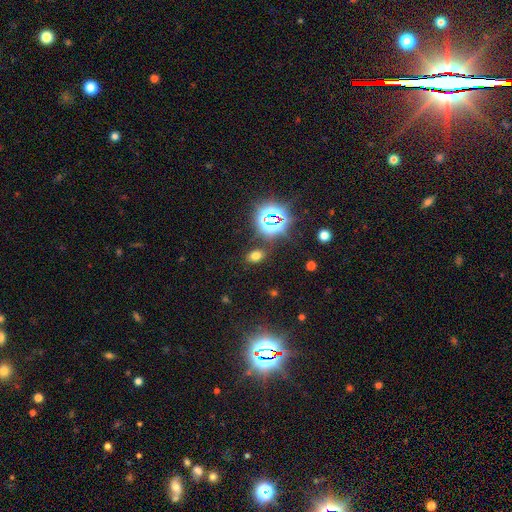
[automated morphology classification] The model was most divided on "smooth or featured": smooth: 60%, star or artifact: 32%, featured or disk: 8%. More confident: merging — none (85%); how rounded — in between (76%).